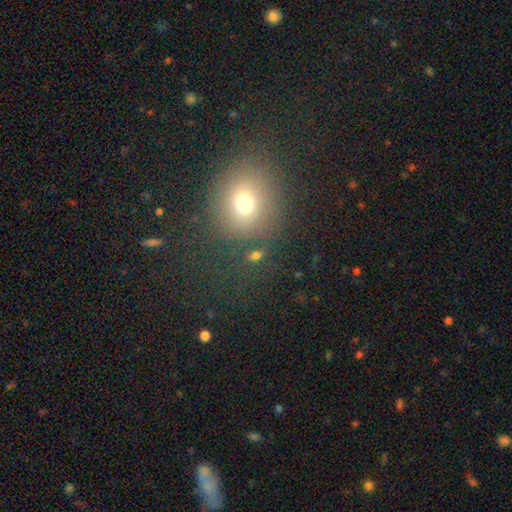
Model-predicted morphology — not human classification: Q: Smooth or featured?
A: smooth (65%); runner-up: star or artifact (25%)
Q: How rounded?
A: round (49%); runner-up: in between (47%)
Q: Merging?
A: none (72%); runner-up: minor disturbance (11%)